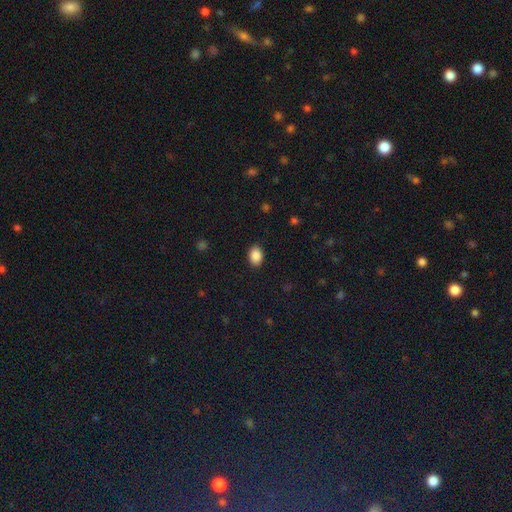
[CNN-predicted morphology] This appears to be a smooth galaxy with no disk features (88%) that is in between round and cigar-shaped (77%). Merging: none (89%).